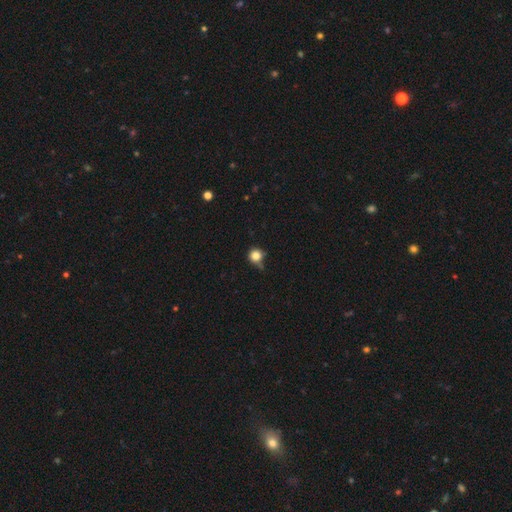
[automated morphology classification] This is clearly a smooth galaxy (81%). How rounded: clearly round (92%). Merging: likely none (61%).